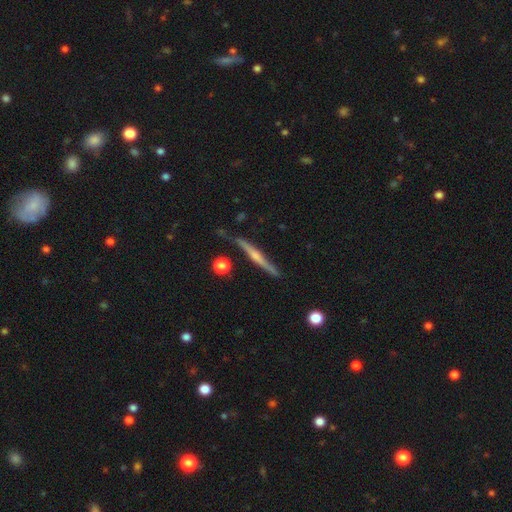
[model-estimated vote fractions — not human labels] This appears to be a featured or disk galaxy (72%) viewed edge-on (97%) with a rounded central bulge (72%). Merging: none (82%).